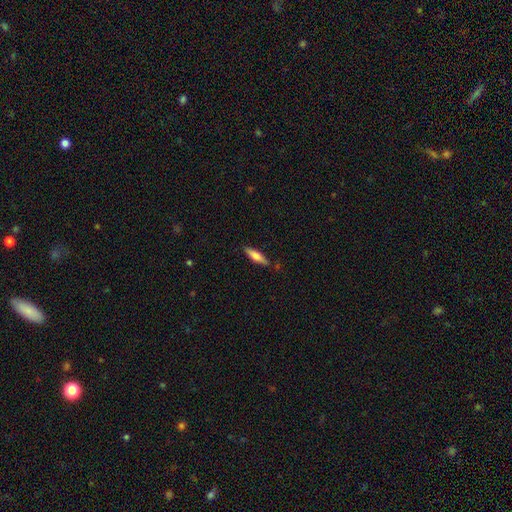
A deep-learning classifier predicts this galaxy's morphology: Overall: smooth (65%; featured or disk 29%). How rounded: cigar-shaped (69%). Merging: none (82%).